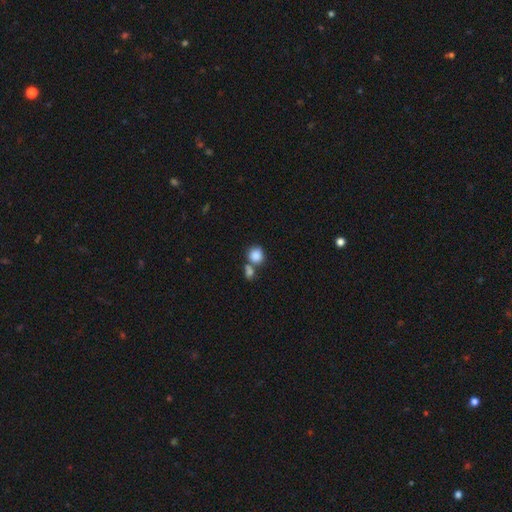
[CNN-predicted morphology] smooth_or_featured: smooth (p=0.85) [alt: star or artifact p=0.09]
how_rounded: round (p=0.85) [alt: in between p=0.14]
merging: none (p=0.49) [alt: merger p=0.38]